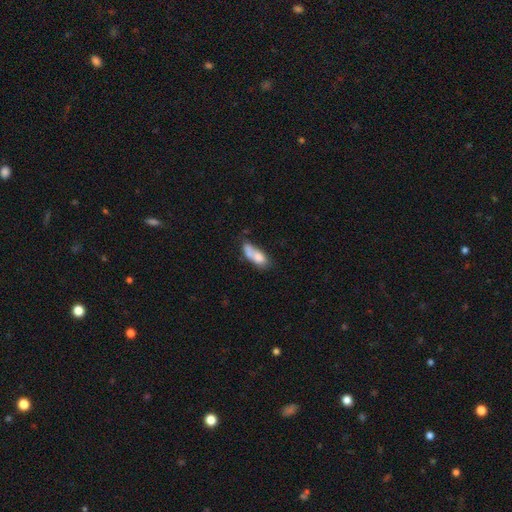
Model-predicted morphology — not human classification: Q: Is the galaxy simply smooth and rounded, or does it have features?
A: smooth — 67%.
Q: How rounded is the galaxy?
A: in between — 73%.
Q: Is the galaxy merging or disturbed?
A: merger — 41%.